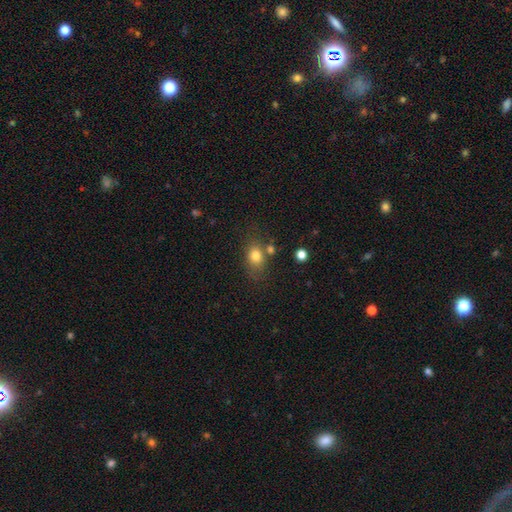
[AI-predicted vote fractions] Smooth or featured? smooth (79%)
How rounded? in between (63%)
Merging? none (64%)